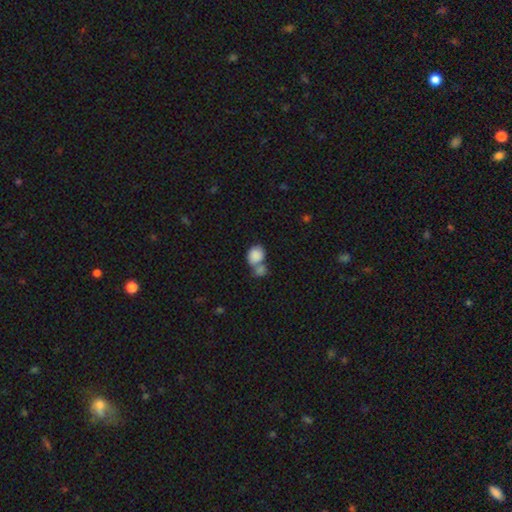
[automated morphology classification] The model was most divided on "how rounded": round: 59%, in between: 40%, cigar-shaped: 1%. More confident: smooth or featured — smooth (85%); merging — merger (58%).